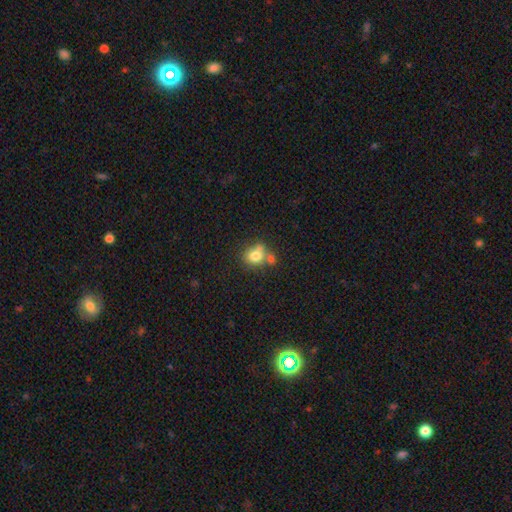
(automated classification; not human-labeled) smooth-or-featured: smooth: 77% | featured or disk: 12% | star or artifact: 11%
  how-rounded: round: 72% | in between: 27% | cigar-shaped: 1%
  merging: none: 48% | merger: 35% | minor disturbance: 13% | major disturbance: 5%